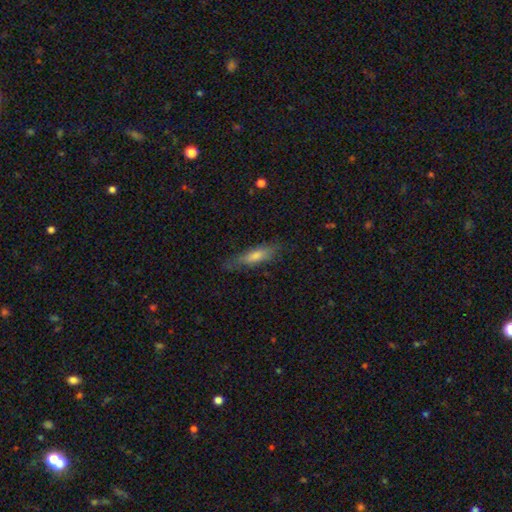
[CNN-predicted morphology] This appears to be a smooth galaxy with no disk features (61%) that is cigar-shaped (73%). Merging: none (75%).